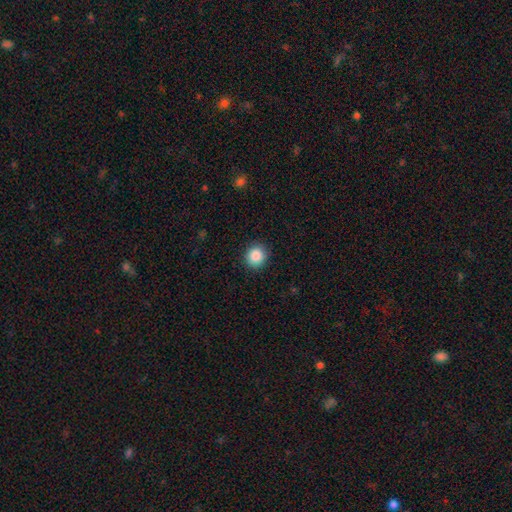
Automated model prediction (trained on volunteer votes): Morphology: type=smooth (88%); roundness=round (89%); merging=none (90%).